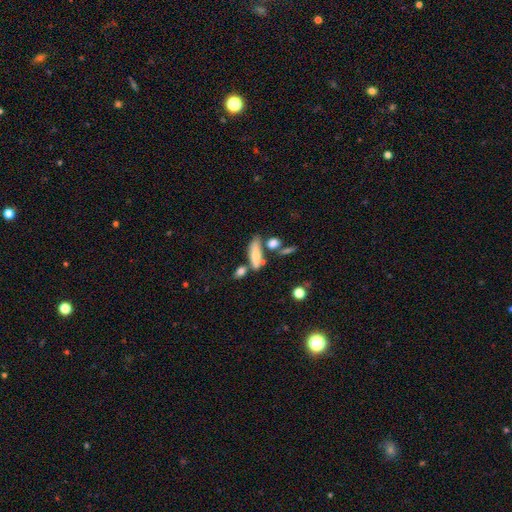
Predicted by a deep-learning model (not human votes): This is likely a smooth galaxy (70%). How rounded: possibly cigar-shaped (52%). Merging: possibly none (49%).